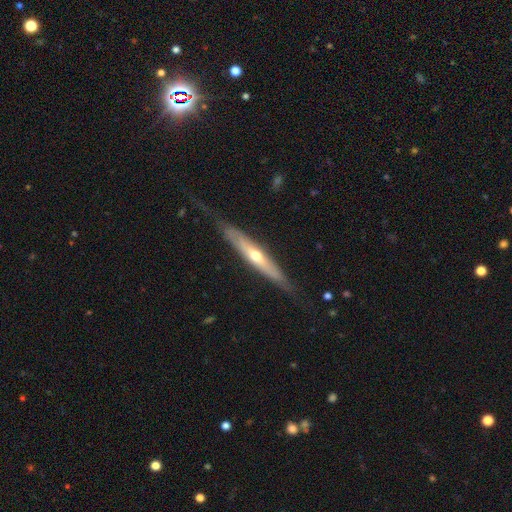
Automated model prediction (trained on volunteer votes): Morphology: type=featured or disk (63%); edge-on=yes (80%); edge-on bulge=rounded (78%); merging=none (73%).